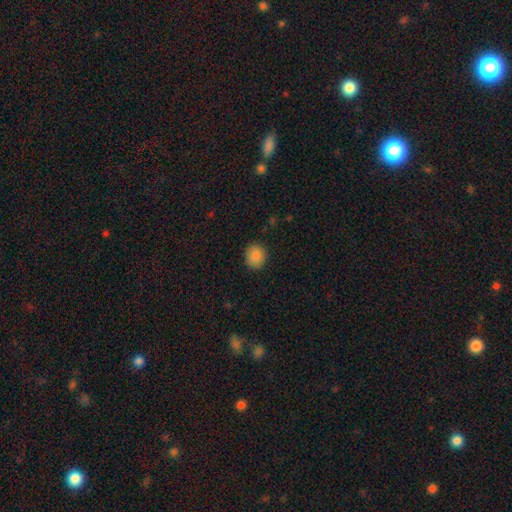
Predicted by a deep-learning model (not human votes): This appears to be a smooth galaxy with no disk features (86%) that is round (76%). Merging: none (89%).